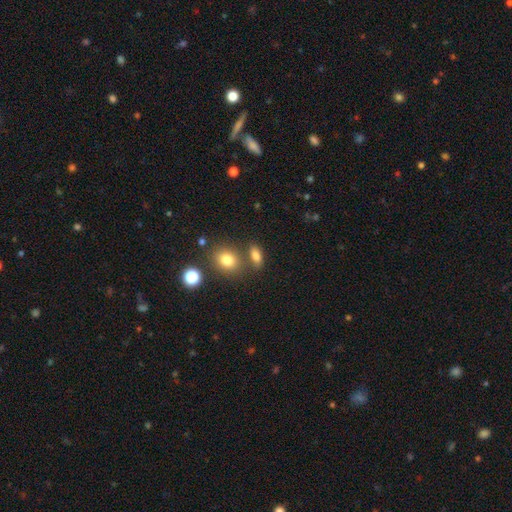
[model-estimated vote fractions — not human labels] Q: Smooth or featured?
A: smooth (79%); runner-up: star or artifact (12%)
Q: How rounded?
A: in between (76%); runner-up: round (16%)
Q: Merging?
A: none (69%); runner-up: merger (15%)